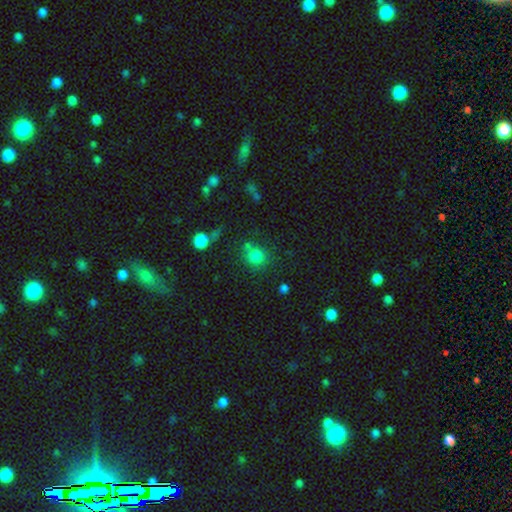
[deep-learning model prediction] Smooth or featured? Predicted: smooth (p=0.80). How rounded? Predicted: round (p=0.87). Merging? Predicted: none (p=0.68).